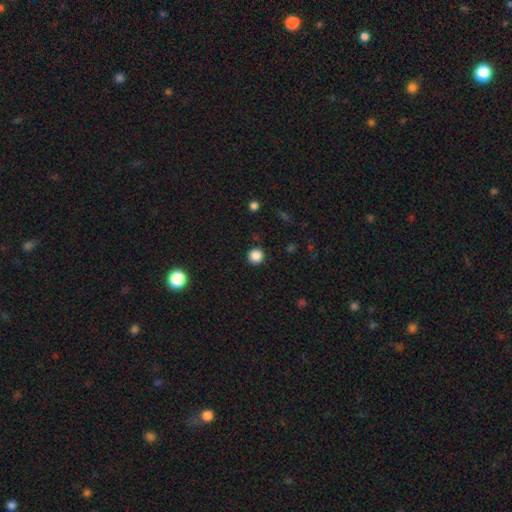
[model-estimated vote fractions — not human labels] smooth-or-featured: smooth: 86% | star or artifact: 11% | featured or disk: 3%
  how-rounded: round: 95% | in between: 4% | cigar-shaped: 1%
  merging: none: 92% | minor disturbance: 5% | major disturbance: 2% | merger: 1%